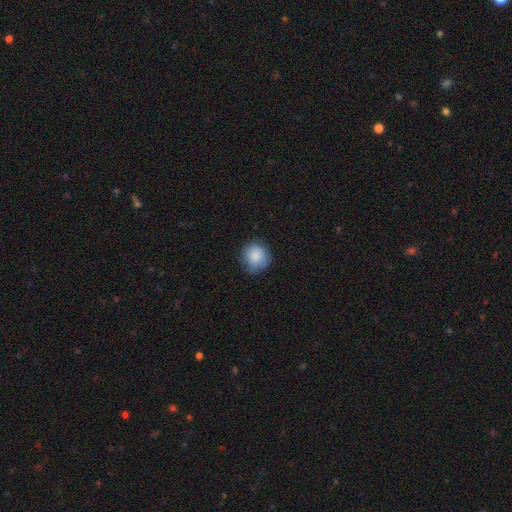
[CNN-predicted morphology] type=smooth (87%); roundness=round (90%); merging=none (80%).